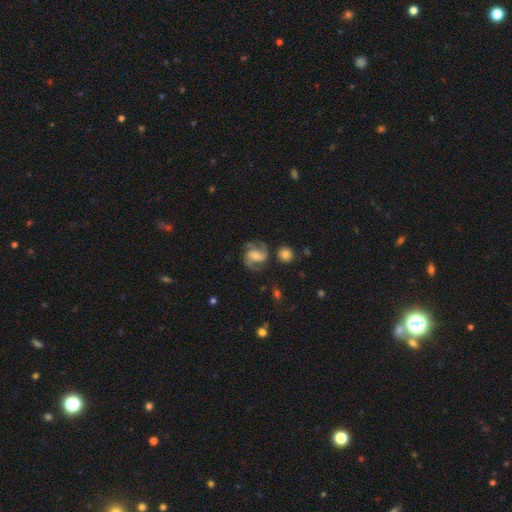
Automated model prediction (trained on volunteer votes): This appears to be a featured or disk galaxy (78%) with a weak bar (46%), 2 (81%) medium (53%) spiral arms (94%) and a moderate central bulge (47%). Merging: none (72%).